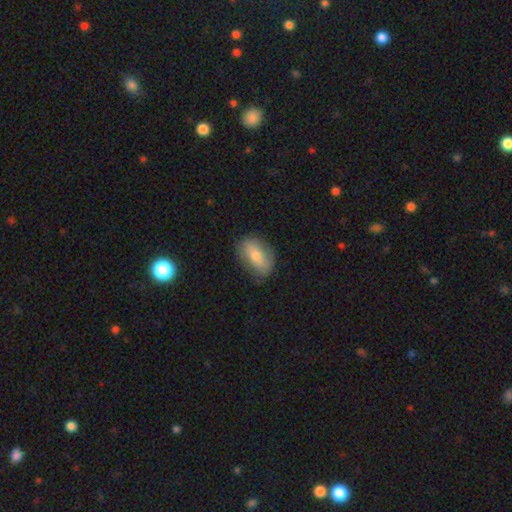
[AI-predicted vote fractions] A smooth galaxy with no disk features (63%) that is in between round and cigar-shaped (85%).

Vote fractions:
- Smooth or featured? smooth: 63% / featured or disk: 29% / star or artifact: 8%
- How rounded? in between: 85% / round: 12% / cigar-shaped: 4%
- Merging? none: 77% / minor disturbance: 17% / major disturbance: 4% / merger: 1%